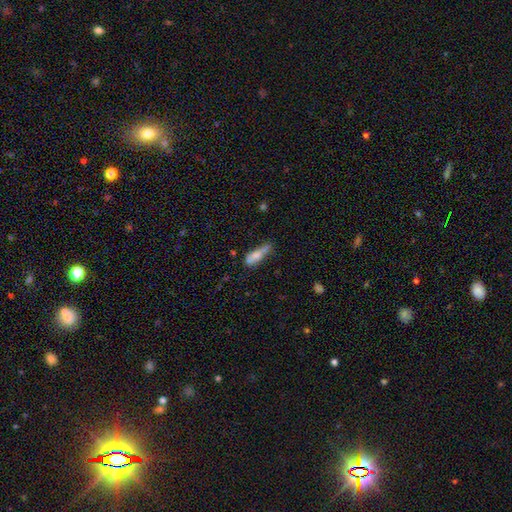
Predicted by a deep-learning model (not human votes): This is likely a smooth galaxy (69%). How rounded: possibly in between (55%). Merging: marginally none (36%).